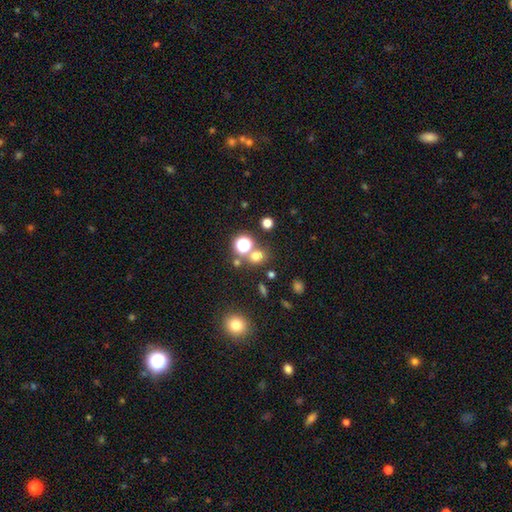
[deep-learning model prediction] Smooth or featured? smooth (64%)
How rounded? round (75%)
Merging? none (69%)